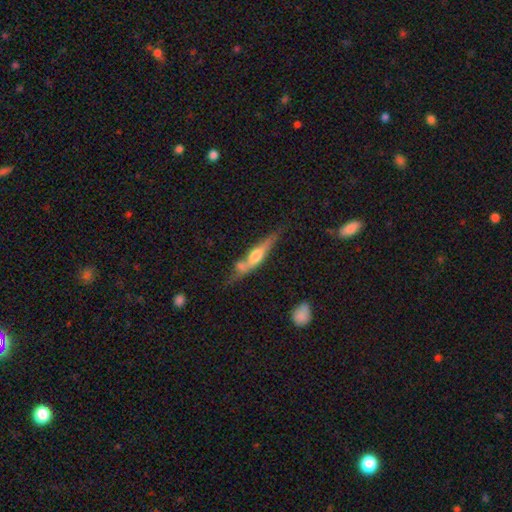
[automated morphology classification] Smooth or featured?
  - featured or disk: 60% *
  - smooth: 34%
  - star or artifact: 6%
Edge-on disk?
  - yes: 89% *
  - no: 11%
Edge-on bulge?
  - rounded: 81% *
  - boxy: 11%
  - none: 8%
Merging?
  - none: 56% *
  - minor disturbance: 21%
  - merger: 15%
  - major disturbance: 7%